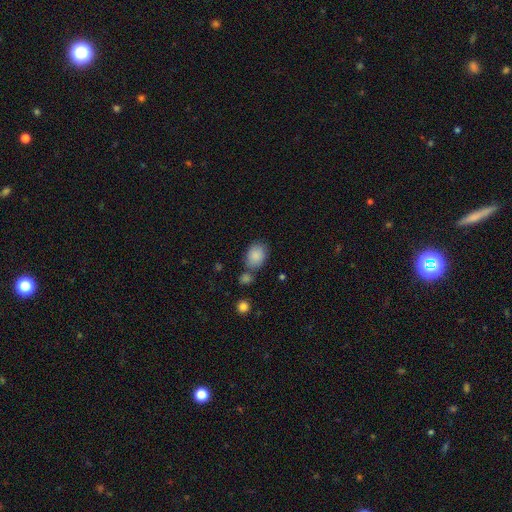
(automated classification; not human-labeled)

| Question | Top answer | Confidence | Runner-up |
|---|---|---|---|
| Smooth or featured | smooth | 86% | star or artifact (7%) |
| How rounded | in between | 69% | round (29%) |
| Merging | none | 64% | minor disturbance (17%) |